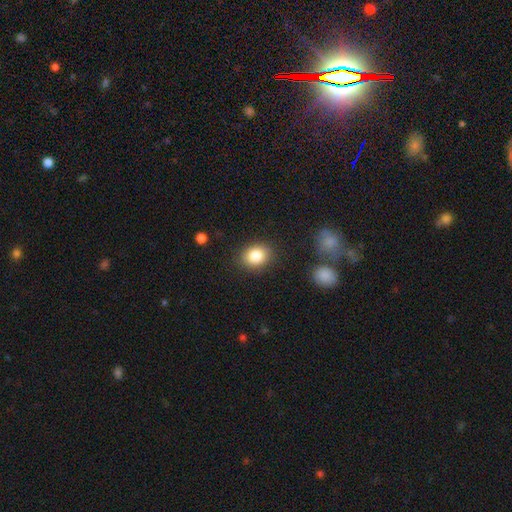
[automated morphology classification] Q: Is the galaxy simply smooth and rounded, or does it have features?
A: smooth — 85%.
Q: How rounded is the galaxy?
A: in between — 54%.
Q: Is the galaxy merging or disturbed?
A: none — 86%.